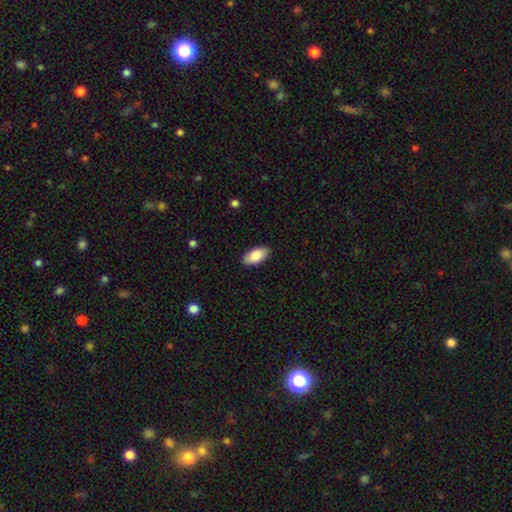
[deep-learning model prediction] Q: Smooth or featured?
A: smooth (86%); runner-up: featured or disk (8%)
Q: How rounded?
A: in between (95%); runner-up: cigar-shaped (3%)
Q: Merging?
A: none (88%); runner-up: minor disturbance (9%)